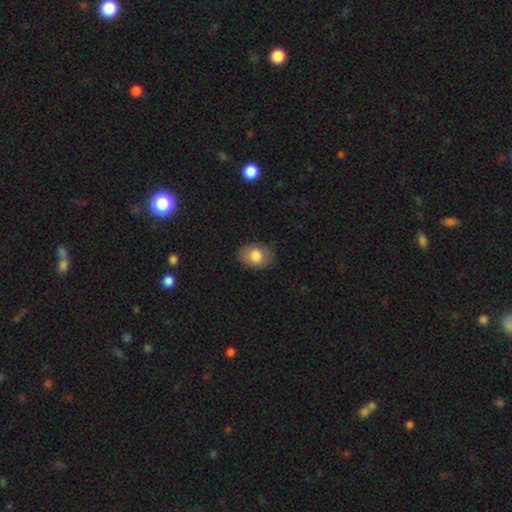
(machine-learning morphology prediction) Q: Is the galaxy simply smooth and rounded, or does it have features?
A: smooth — 81%.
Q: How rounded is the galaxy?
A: in between — 68%.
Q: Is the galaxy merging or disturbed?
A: none — 81%.